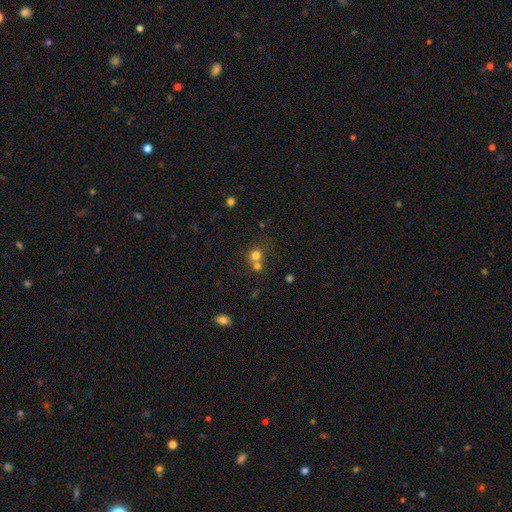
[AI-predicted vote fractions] Overall: smooth (75%). How rounded: round (85%). Merging: merger (46%; none 44%).